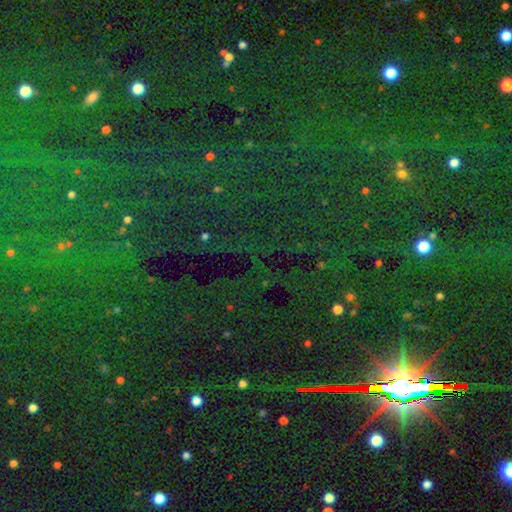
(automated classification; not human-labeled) smooth_or_featured: star or artifact (p=0.85) [alt: smooth p=0.08]